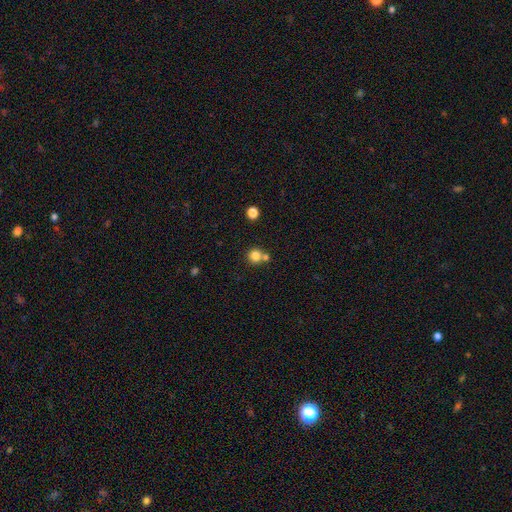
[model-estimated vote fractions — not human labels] smooth-or-featured: smooth: 81% | star or artifact: 12% | featured or disk: 7%
  how-rounded: round: 91% | in between: 8% | cigar-shaped: 1%
  merging: none: 60% | merger: 29% | minor disturbance: 8% | major disturbance: 3%